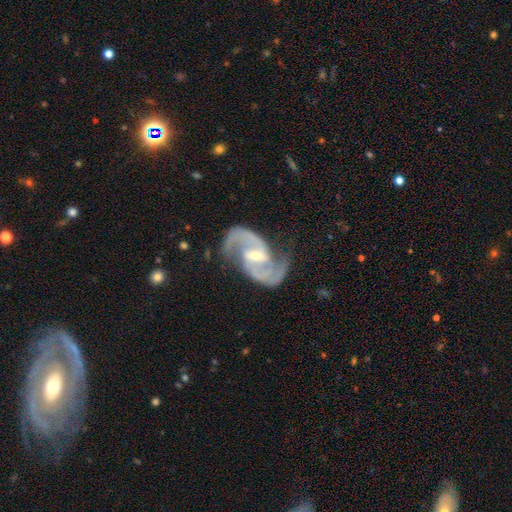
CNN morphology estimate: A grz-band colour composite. It shows a featured or disk galaxy (93%) with a weak bar (47%), 2 (94%) medium (61%) spiral arms (98%) and a small central bulge (53%). Merging: none (78%).